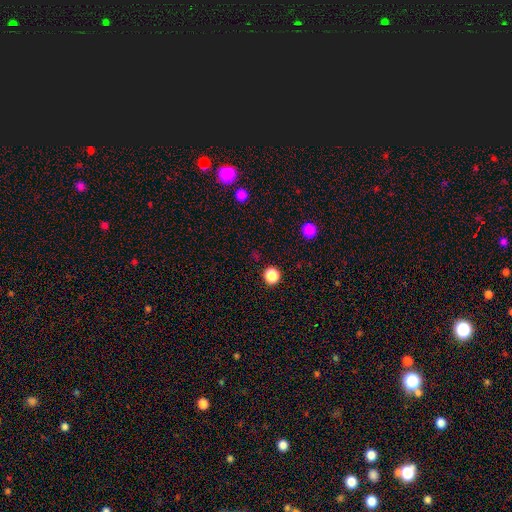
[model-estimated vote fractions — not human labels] Overall: smooth (63%; star or artifact 32%). How rounded: round (89%). Merging: none (88%).